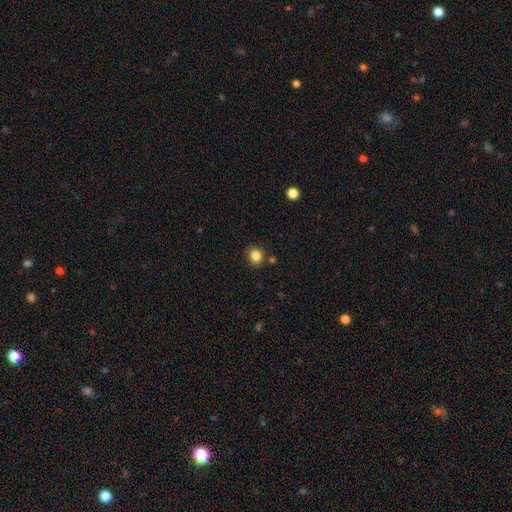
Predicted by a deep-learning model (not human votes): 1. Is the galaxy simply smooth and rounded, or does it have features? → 84% smooth, 11% star or artifact, 5% featured or disk.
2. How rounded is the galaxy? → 75% round, 24% in between, 1% cigar-shaped.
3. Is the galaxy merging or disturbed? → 80% none, 13% minor disturbance, 5% merger, 3% major disturbance.